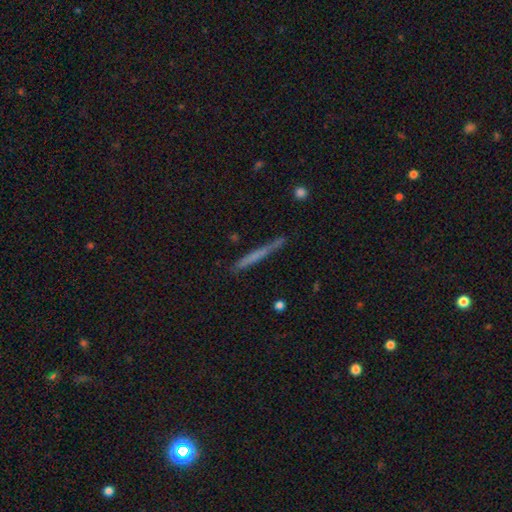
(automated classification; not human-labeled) This appears to be a smooth galaxy with no disk features (54%) that is cigar-shaped (96%). Merging: none (86%).